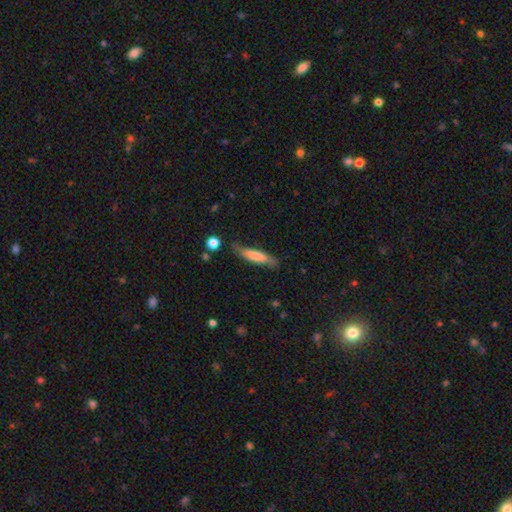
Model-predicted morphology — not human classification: This is likely a smooth galaxy (71%). How rounded: clearly cigar-shaped (81%). Merging: likely none (75%).